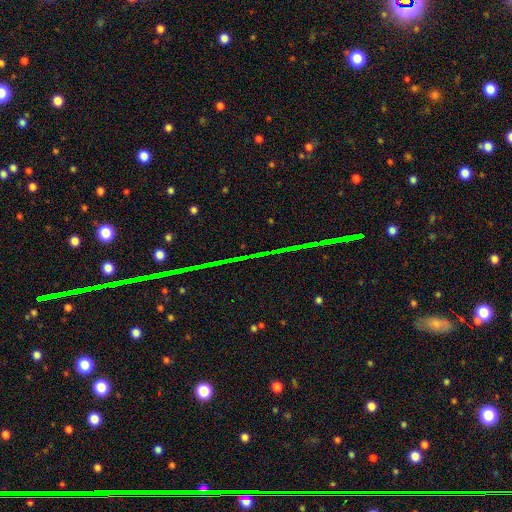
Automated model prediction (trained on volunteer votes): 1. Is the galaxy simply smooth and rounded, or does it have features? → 78% star or artifact, 13% featured or disk, 9% smooth.